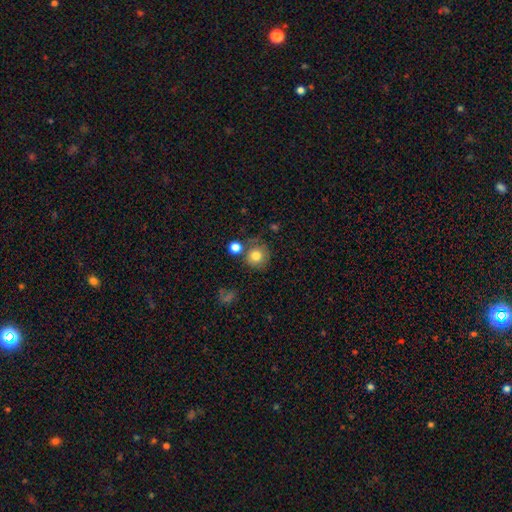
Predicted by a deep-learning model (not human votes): This is likely a smooth galaxy (79%). How rounded: clearly round (91%). Merging: likely none (69%).